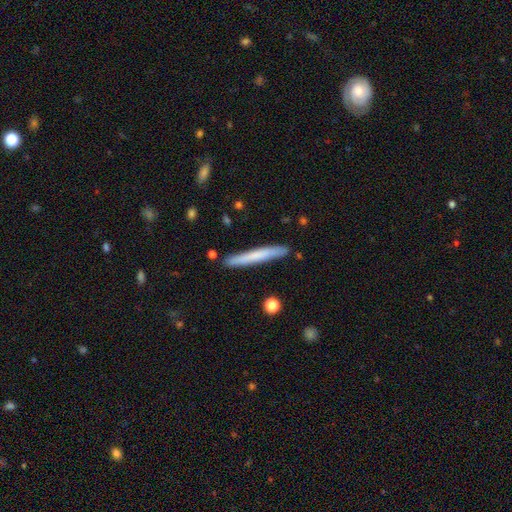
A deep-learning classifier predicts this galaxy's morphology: type=smooth (66%); roundness=cigar-shaped (97%); merging=none (88%).